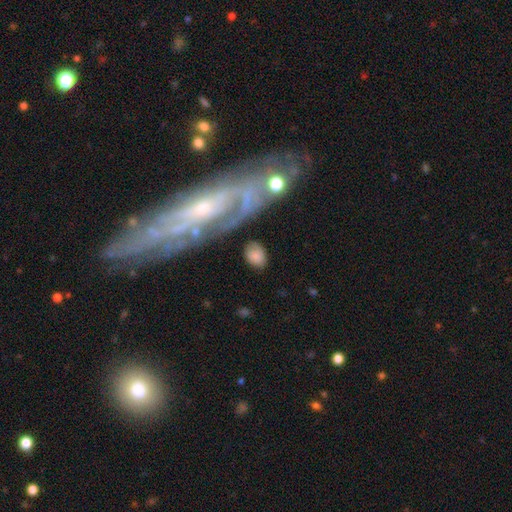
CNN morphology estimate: Q: Smooth or featured?
A: smooth (76%); runner-up: featured or disk (17%)
Q: How rounded?
A: in between (74%); runner-up: round (24%)
Q: Merging?
A: none (68%); runner-up: minor disturbance (17%)